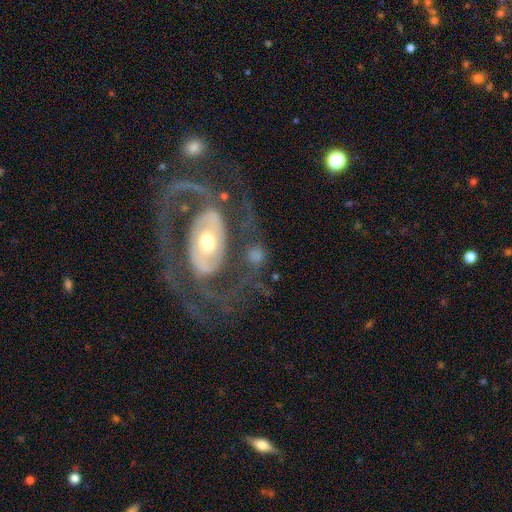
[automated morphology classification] Smooth or featured?
  - featured or disk: 50% *
  - smooth: 41%
  - star or artifact: 10%
Merging?
  - none: 51% *
  - major disturbance: 21%
  - minor disturbance: 15%
  - merger: 12%